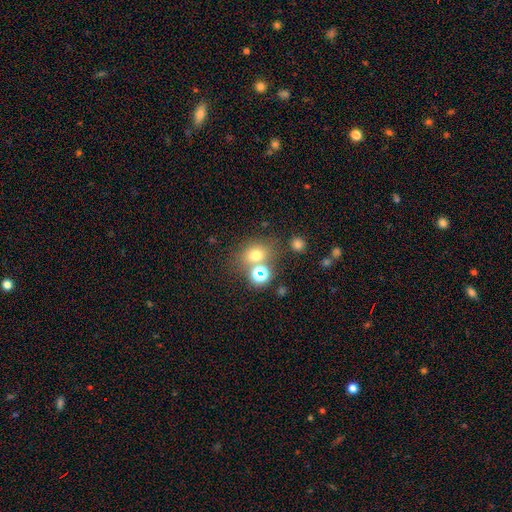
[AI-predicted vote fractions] Smooth or featured: smooth — 67% (star or artifact — 23%)
How rounded: round — 63% (in between — 35%)
Merging: none — 64% (merger — 21%)